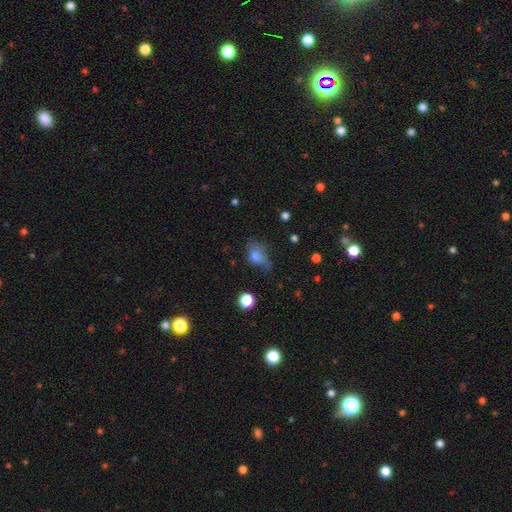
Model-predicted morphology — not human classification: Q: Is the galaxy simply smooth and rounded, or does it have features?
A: smooth — 69%.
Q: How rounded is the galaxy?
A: in between — 74%.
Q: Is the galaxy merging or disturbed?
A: minor disturbance — 34%.